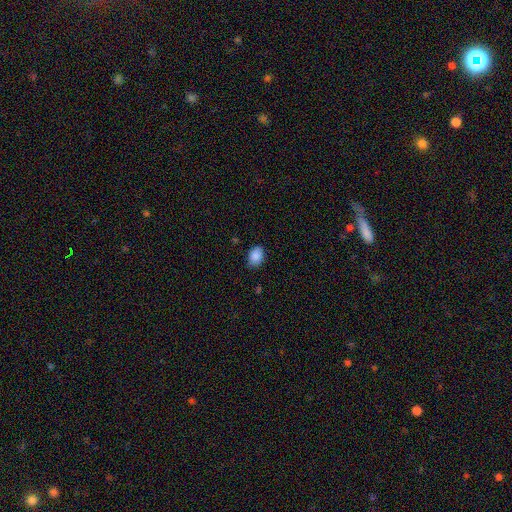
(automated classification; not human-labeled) A smooth galaxy with no disk features (88%) that is in between round and cigar-shaped (79%).

Vote fractions:
- Smooth or featured? smooth: 88% / star or artifact: 8% / featured or disk: 4%
- How rounded? in between: 79% / round: 20% / cigar-shaped: 1%
- Merging? none: 83% / minor disturbance: 14% / major disturbance: 3% / merger: 1%